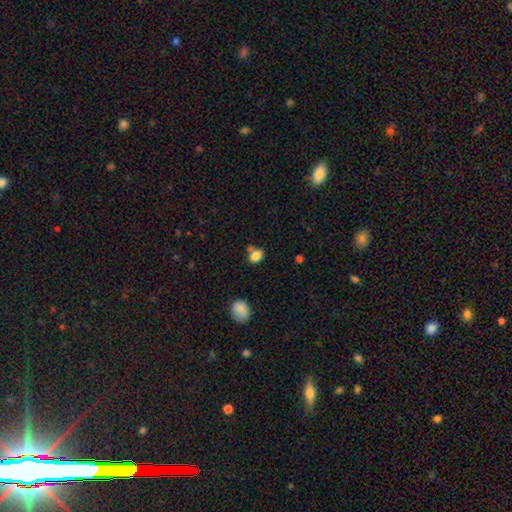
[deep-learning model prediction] A smooth galaxy with no disk features (84%) that is in between round and cigar-shaped (73%).

Vote fractions:
- Smooth or featured? smooth: 84% / star or artifact: 10% / featured or disk: 6%
- How rounded? in between: 73% / round: 25% / cigar-shaped: 2%
- Merging? none: 61% / merger: 18% / minor disturbance: 16% / major disturbance: 4%